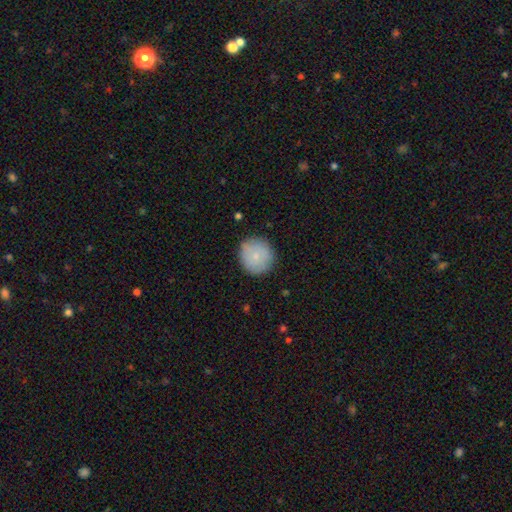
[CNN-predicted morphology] type=smooth (81%); roundness=round (93%); merging=none (84%).